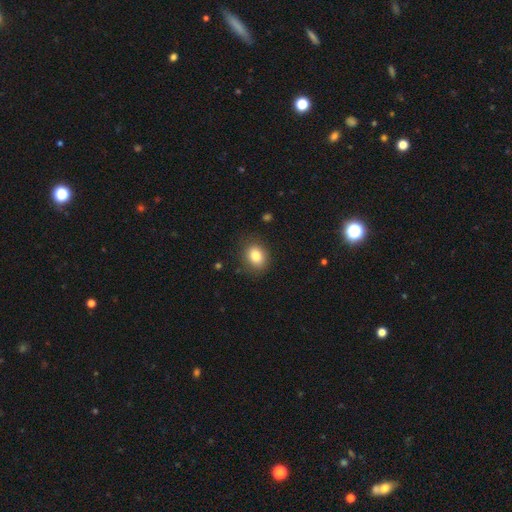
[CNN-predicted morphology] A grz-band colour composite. It shows a smooth galaxy with no disk features (83%) that is in between round and cigar-shaped (53%). Merging: none (83%).